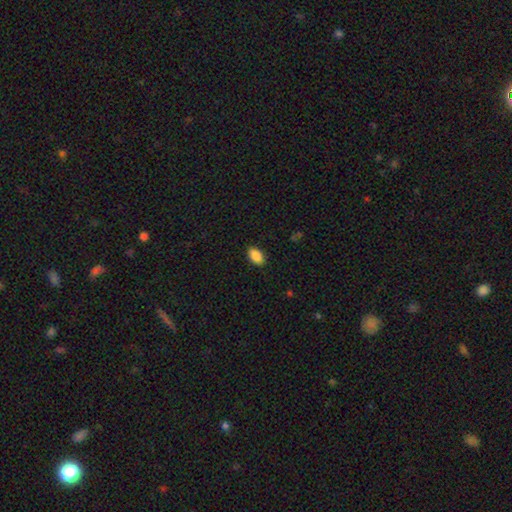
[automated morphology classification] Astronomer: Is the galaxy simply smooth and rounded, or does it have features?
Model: smooth — 89%.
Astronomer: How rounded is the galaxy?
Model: in between — 92%.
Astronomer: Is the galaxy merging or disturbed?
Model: none — 89%.